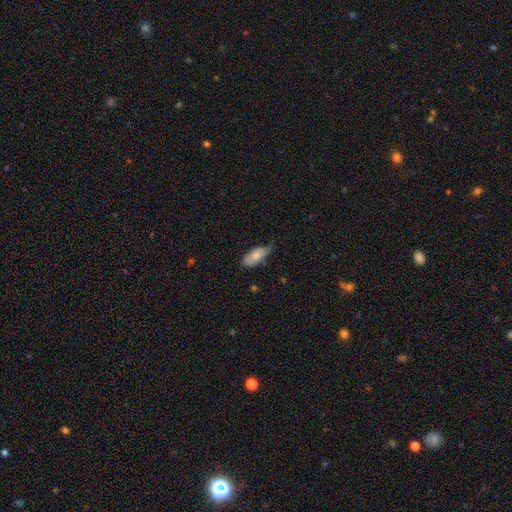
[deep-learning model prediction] smooth-or-featured: smooth: 78% | featured or disk: 16% | star or artifact: 6%
  how-rounded: in between: 84% | cigar-shaped: 14% | round: 2%
  merging: none: 53% | minor disturbance: 38% | major disturbance: 7% | merger: 2%